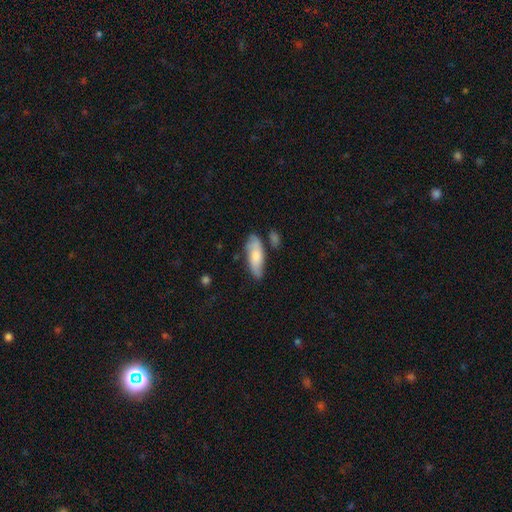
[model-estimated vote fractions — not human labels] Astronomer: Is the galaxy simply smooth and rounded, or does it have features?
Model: smooth — 66%.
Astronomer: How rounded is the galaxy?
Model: in between — 68%.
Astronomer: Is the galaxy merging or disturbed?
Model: none — 65%.